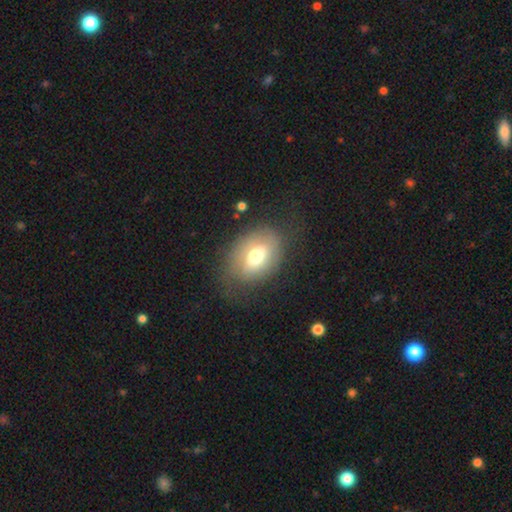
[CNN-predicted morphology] Q: Smooth or featured?
A: smooth (63%); runner-up: featured or disk (27%)
Q: How rounded?
A: in between (77%); runner-up: round (22%)
Q: Merging?
A: none (63%); runner-up: minor disturbance (21%)